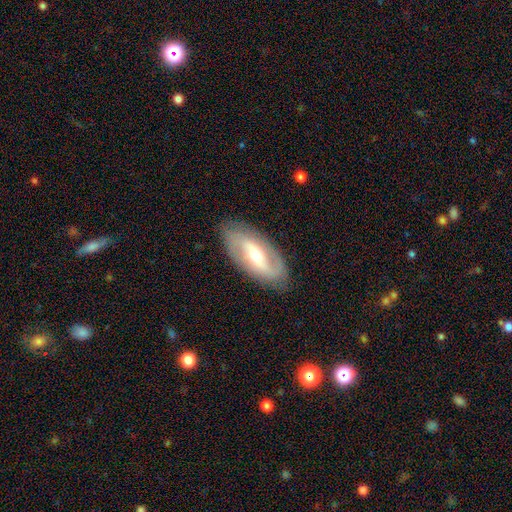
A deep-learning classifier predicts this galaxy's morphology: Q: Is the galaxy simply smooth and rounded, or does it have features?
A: featured or disk — 75%.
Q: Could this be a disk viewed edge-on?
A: no — 91%.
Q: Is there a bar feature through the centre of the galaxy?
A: weak — 42%.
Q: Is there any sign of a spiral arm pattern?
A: yes — 83%.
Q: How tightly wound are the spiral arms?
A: loose — 40%.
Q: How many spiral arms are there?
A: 2 — 84%.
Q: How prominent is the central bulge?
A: moderate — 58%.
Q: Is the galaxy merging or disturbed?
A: none — 84%.